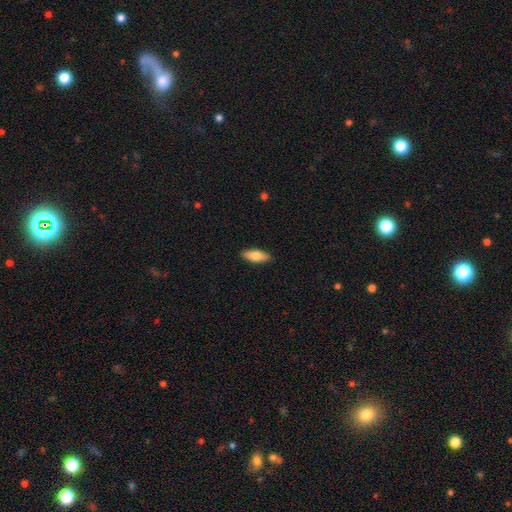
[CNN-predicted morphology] A smooth galaxy with no disk features (76%) that is in between round and cigar-shaped (74%). Merging: none (89%).